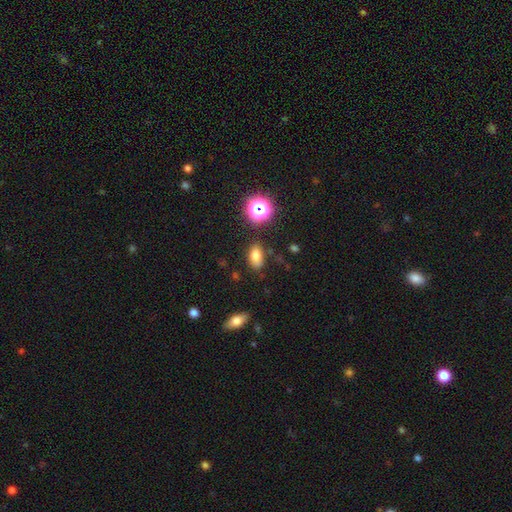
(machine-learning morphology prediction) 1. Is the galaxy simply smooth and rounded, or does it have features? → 77% smooth, 15% star or artifact, 8% featured or disk.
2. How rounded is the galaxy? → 86% in between, 11% round, 3% cigar-shaped.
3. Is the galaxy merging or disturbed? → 79% none, 14% minor disturbance, 4% major disturbance, 3% merger.